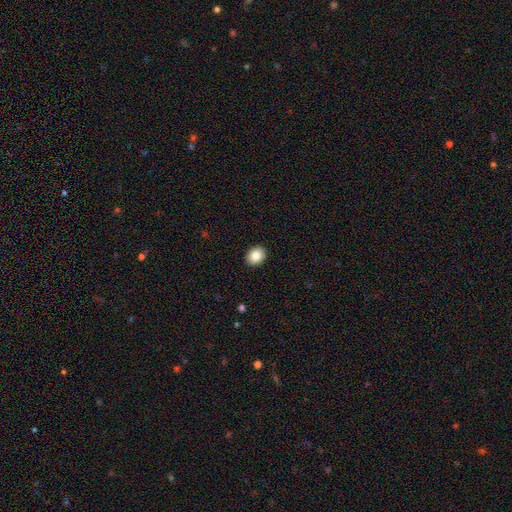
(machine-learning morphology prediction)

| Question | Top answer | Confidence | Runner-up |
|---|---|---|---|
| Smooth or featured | smooth | 85% | star or artifact (9%) |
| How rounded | in between | 54% | round (46%) |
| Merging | none | 92% | minor disturbance (6%) |